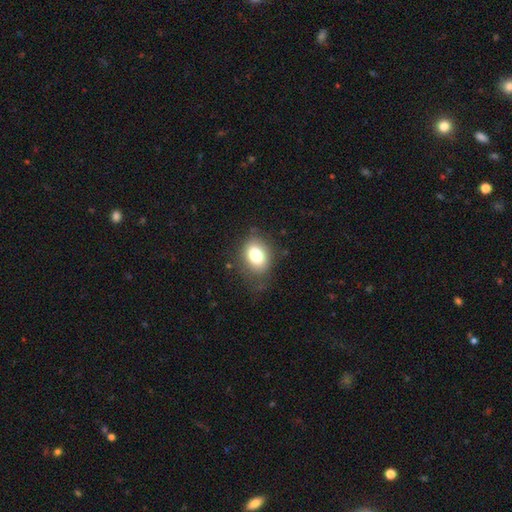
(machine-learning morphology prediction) This is likely a smooth galaxy (78%). How rounded: likely in between (66%). Merging: likely none (73%).